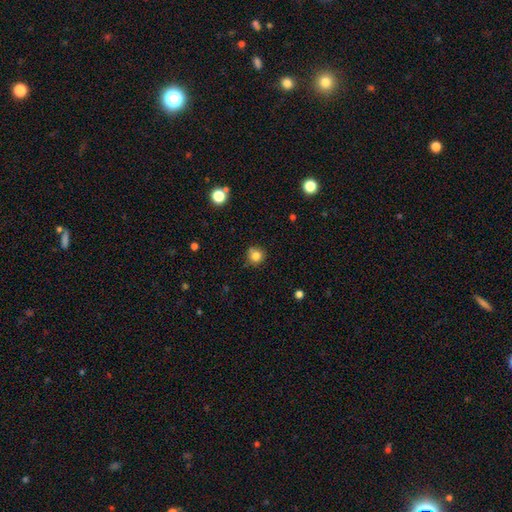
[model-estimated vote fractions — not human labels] Smooth or featured: smooth — 81% (star or artifact — 12%)
How rounded: round — 92% (in between — 8%)
Merging: none — 76% (minor disturbance — 16%)